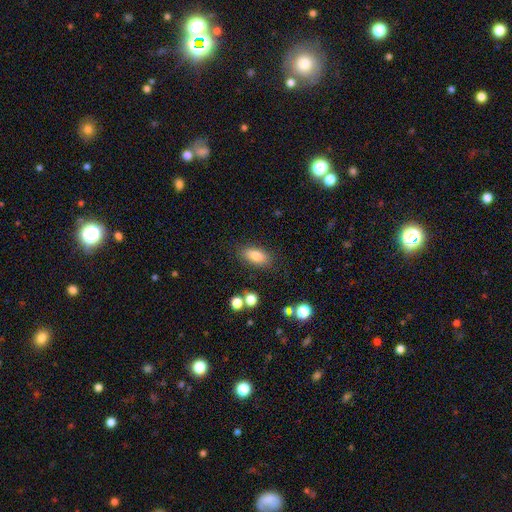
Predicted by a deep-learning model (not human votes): smooth-or-featured: smooth: 81% | featured or disk: 10% | star or artifact: 9%
  how-rounded: in between: 85% | cigar-shaped: 11% | round: 4%
  merging: none: 83% | minor disturbance: 12% | major disturbance: 3% | merger: 3%